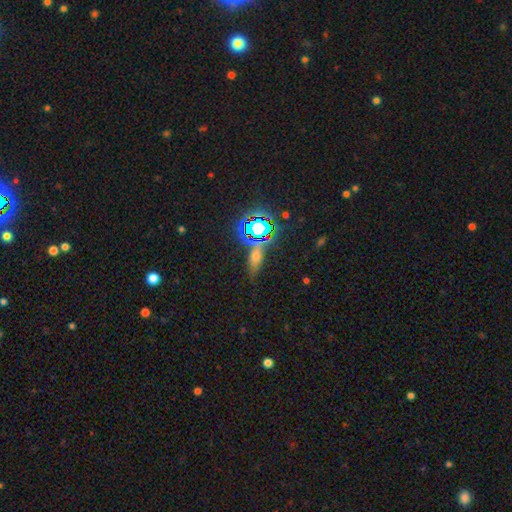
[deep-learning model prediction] smooth-or-featured: smooth: 44% | star or artifact: 36% | featured or disk: 20%
  merging: none: 74% | minor disturbance: 14% | merger: 7% | major disturbance: 5%